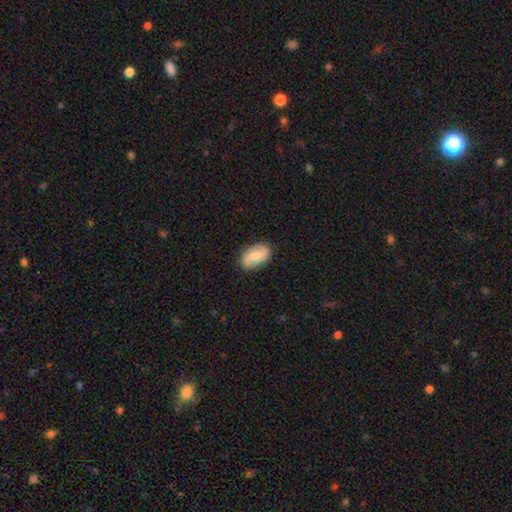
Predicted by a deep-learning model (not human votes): The model was most divided on "smooth or featured": smooth: 57%, featured or disk: 37%, star or artifact: 6%. More confident: how rounded — in between (92%); merging — none (85%).